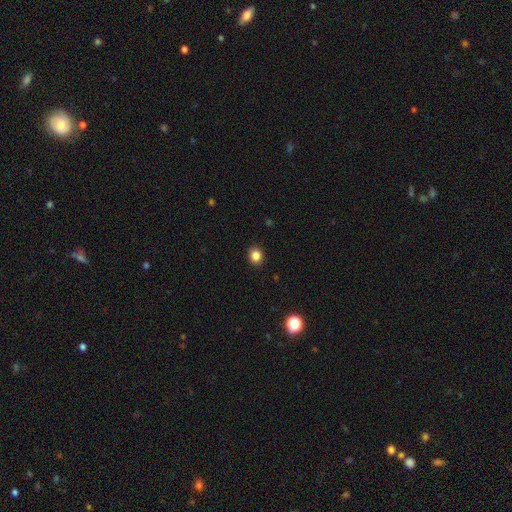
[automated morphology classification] smooth-or-featured: smooth: 84% | star or artifact: 12% | featured or disk: 4%
  how-rounded: round: 75% | in between: 24% | cigar-shaped: 1%
  merging: none: 91% | minor disturbance: 6% | major disturbance: 2% | merger: 1%